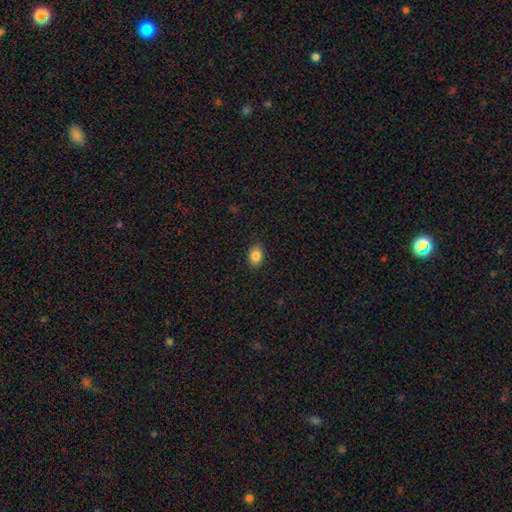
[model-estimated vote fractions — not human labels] smooth-or-featured: smooth: 85% | star or artifact: 9% | featured or disk: 6%
  how-rounded: in between: 75% | round: 24% | cigar-shaped: 1%
  merging: none: 88% | minor disturbance: 9% | major disturbance: 2% | merger: 1%